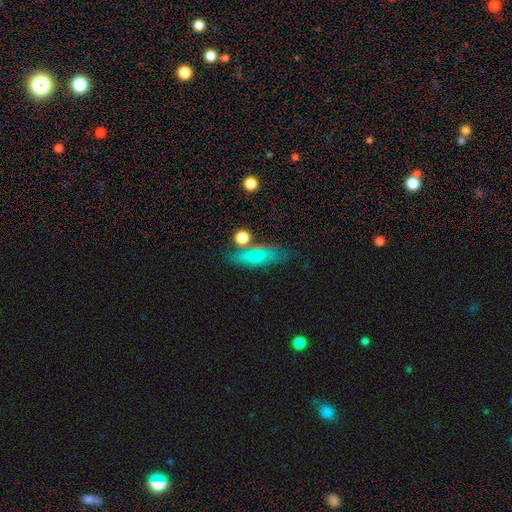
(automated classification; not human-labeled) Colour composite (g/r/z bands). It shows a smooth galaxy with no disk features (49%). Merging: none (65%).